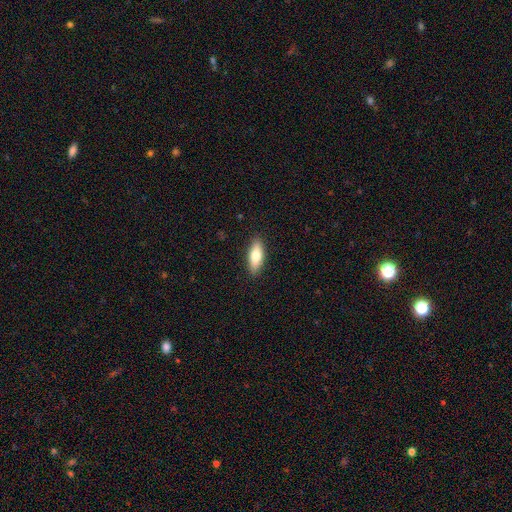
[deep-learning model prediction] smooth-or-featured: smooth: 73% | featured or disk: 21% | star or artifact: 6%
  how-rounded: in between: 67% | cigar-shaped: 31% | round: 2%
  merging: none: 88% | minor disturbance: 9% | major disturbance: 2% | merger: 1%